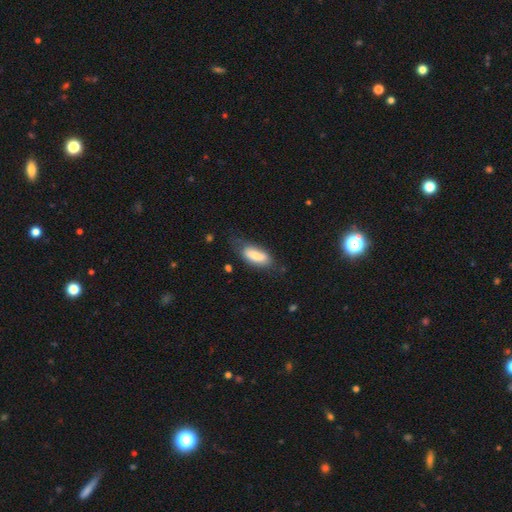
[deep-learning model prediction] Overall: smooth (75%). How rounded: in between (81%). Merging: none (57%; minor disturbance 30%).